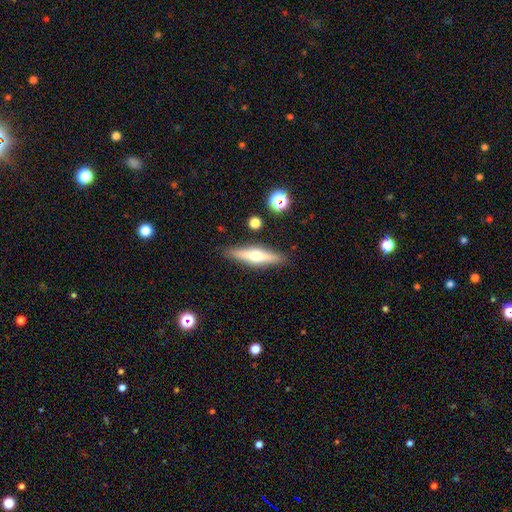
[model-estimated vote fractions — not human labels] smooth_or_featured: featured or disk (p=0.51) [alt: smooth p=0.42]
disk_edge_on: yes (p=0.93) [alt: no p=0.07]
merging: none (p=0.88) [alt: minor disturbance p=0.08]